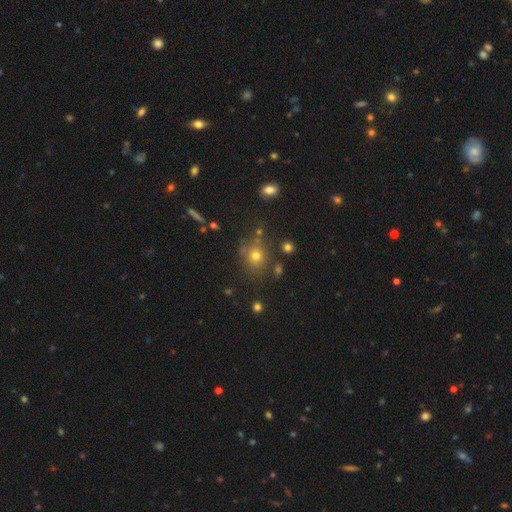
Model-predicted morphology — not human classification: This appears to be a smooth galaxy with no disk features (68%) that is round (69%). Merging: none (73%).